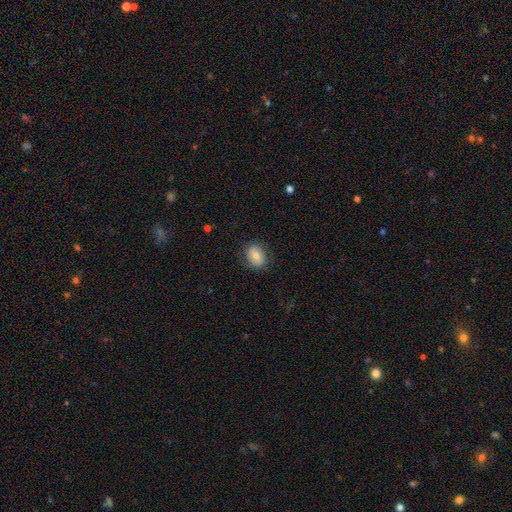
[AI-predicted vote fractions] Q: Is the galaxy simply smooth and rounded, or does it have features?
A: smooth — 66%.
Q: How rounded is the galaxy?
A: in between — 54%.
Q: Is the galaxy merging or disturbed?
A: none — 80%.